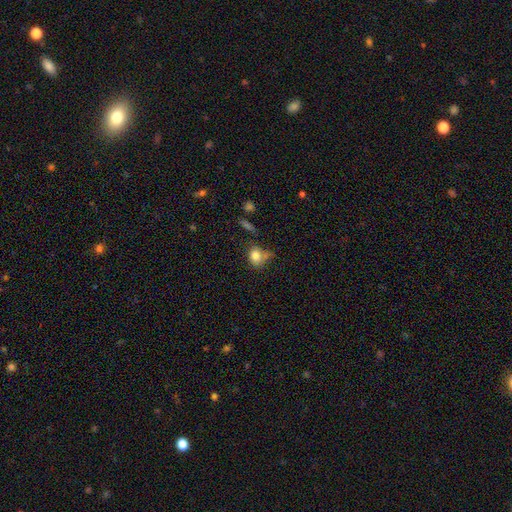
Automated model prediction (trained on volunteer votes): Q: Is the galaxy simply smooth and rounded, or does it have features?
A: smooth — 81%.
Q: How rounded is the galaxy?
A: in between — 51%.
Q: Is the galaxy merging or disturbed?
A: none — 49%.